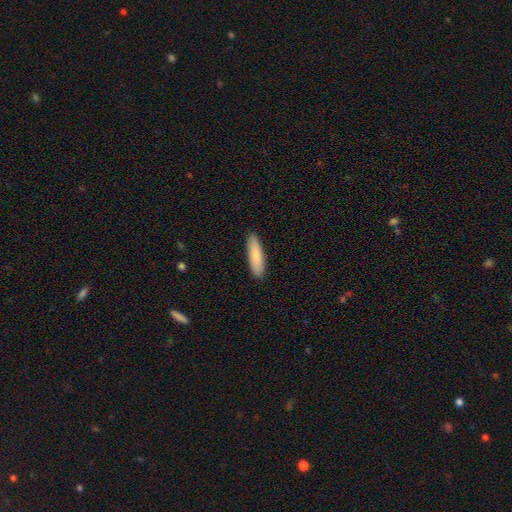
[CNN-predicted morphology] type=smooth (86%); roundness=cigar-shaped (64%); merging=none (90%).